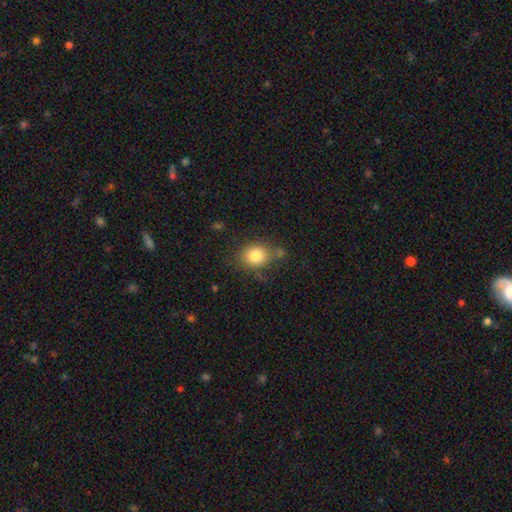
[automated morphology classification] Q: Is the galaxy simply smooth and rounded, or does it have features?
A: smooth — 82%.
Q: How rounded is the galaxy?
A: round — 63%.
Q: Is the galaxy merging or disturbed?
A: none — 70%.